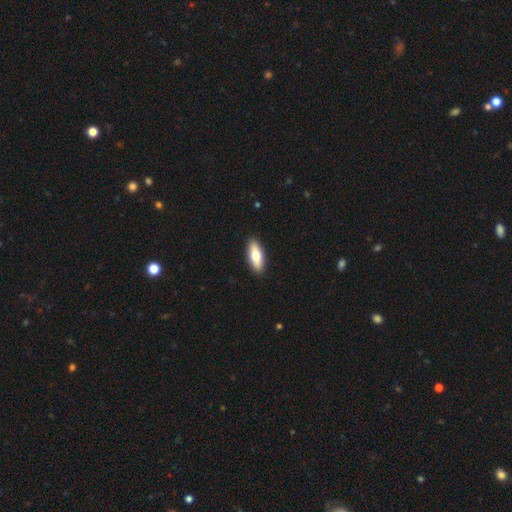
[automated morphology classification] This is likely a smooth galaxy (72%). How rounded: likely in between (69%). Merging: clearly none (91%).